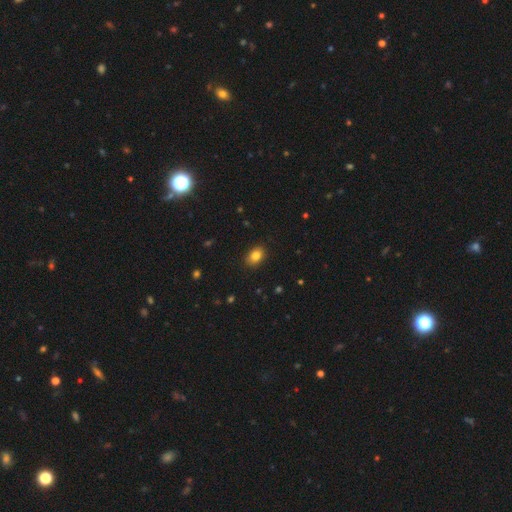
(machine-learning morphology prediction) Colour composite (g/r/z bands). It shows a smooth galaxy with no disk features (83%) that is in between round and cigar-shaped (77%). Merging: none (88%).